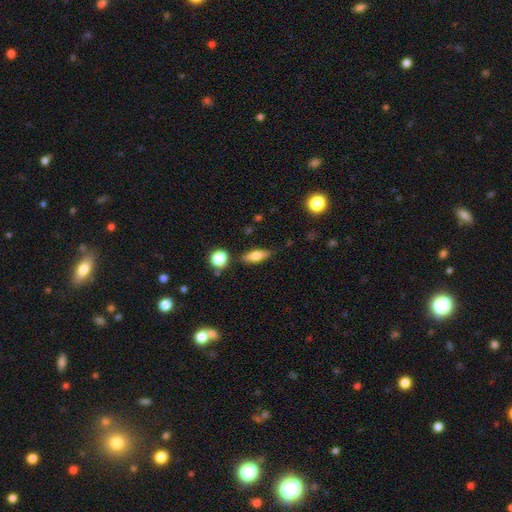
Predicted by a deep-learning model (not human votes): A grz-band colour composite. It shows a smooth galaxy with no disk features (68%) that is in between round and cigar-shaped (62%). Merging: none (78%).